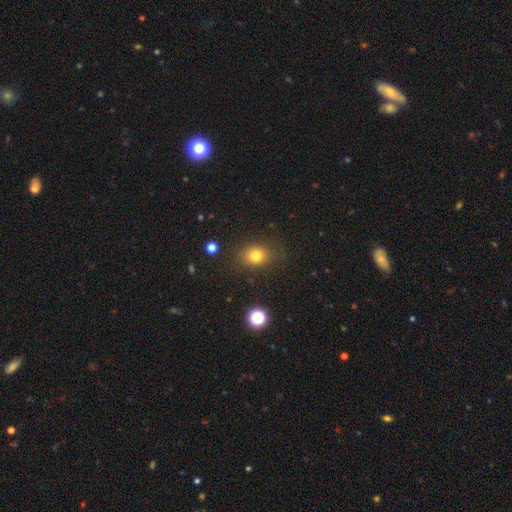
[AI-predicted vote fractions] Q: Smooth or featured?
A: smooth (78%); runner-up: star or artifact (14%)
Q: How rounded?
A: round (58%); runner-up: in between (41%)
Q: Merging?
A: none (78%); runner-up: minor disturbance (14%)